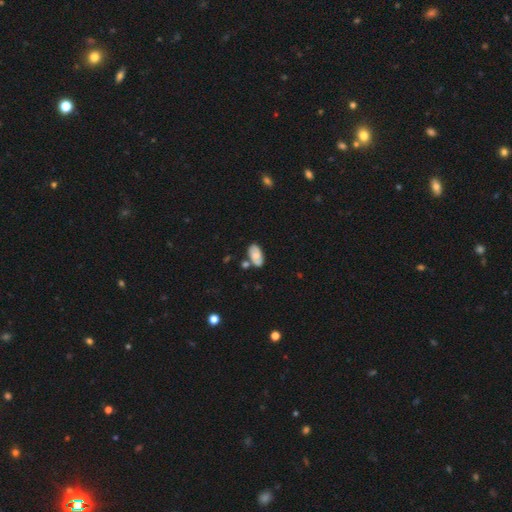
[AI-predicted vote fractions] Q: Smooth or featured?
A: smooth (67%); runner-up: featured or disk (26%)
Q: How rounded?
A: in between (94%); runner-up: round (3%)
Q: Merging?
A: none (64%); runner-up: minor disturbance (17%)